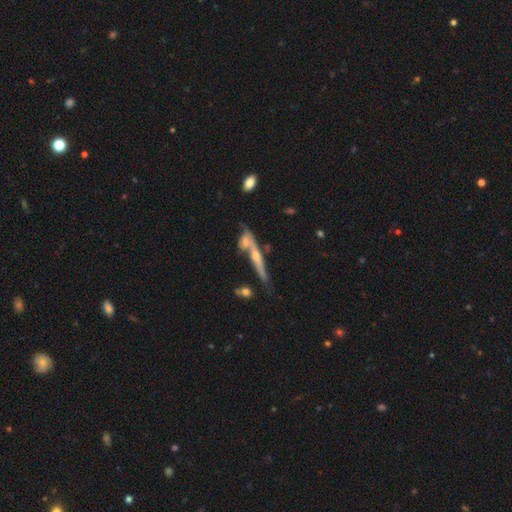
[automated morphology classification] Q: Smooth or featured?
A: featured or disk (66%); runner-up: smooth (26%)
Q: Edge-on disk?
A: yes (87%); runner-up: no (13%)
Q: Edge-on bulge?
A: rounded (79%); runner-up: none (16%)
Q: Merging?
A: none (51%); runner-up: merger (29%)